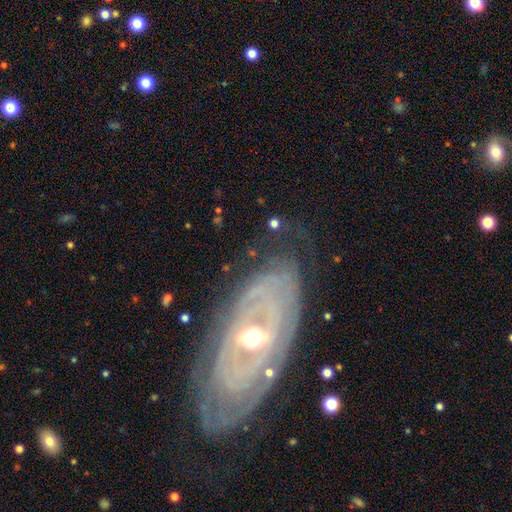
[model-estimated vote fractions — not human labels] Smooth or featured? featured or disk (84%)
Edge-on disk? no (89%)
Bar? no (60%)
Spiral arms? yes (83%)
Spiral winding? tight (81%)
Spiral arm count? can't tell (51%)
Bulge size? moderate (58%)
Merging? none (78%)